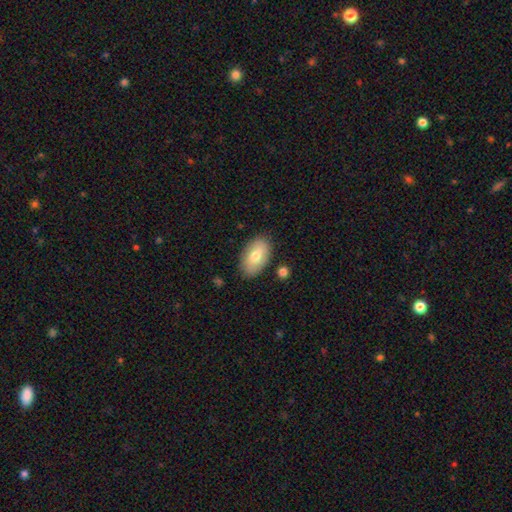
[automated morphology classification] Overall: smooth (73%). How rounded: in between (93%). Merging: none (83%).